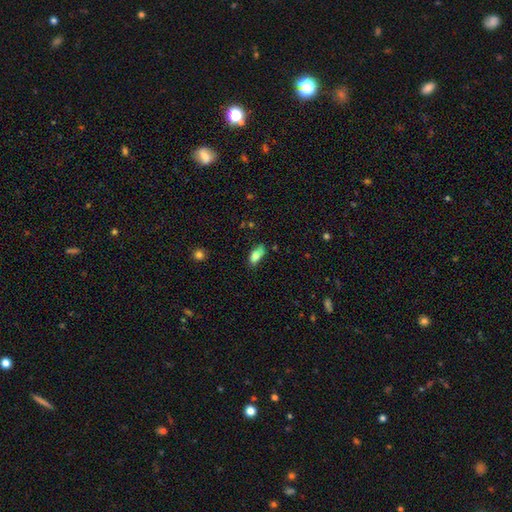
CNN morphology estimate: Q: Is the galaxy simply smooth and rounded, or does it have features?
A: smooth — 80%.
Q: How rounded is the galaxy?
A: in between — 88%.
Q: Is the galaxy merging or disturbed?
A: none — 67%.